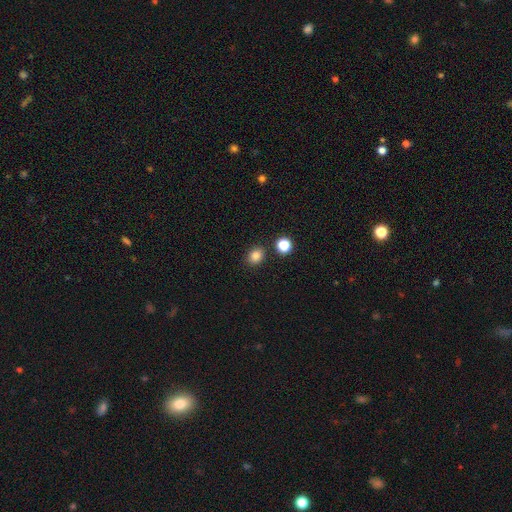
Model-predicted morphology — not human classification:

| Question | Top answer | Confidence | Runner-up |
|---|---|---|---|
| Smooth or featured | smooth | 83% | star or artifact (13%) |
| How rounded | round | 55% | in between (44%) |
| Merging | none | 85% | minor disturbance (8%) |